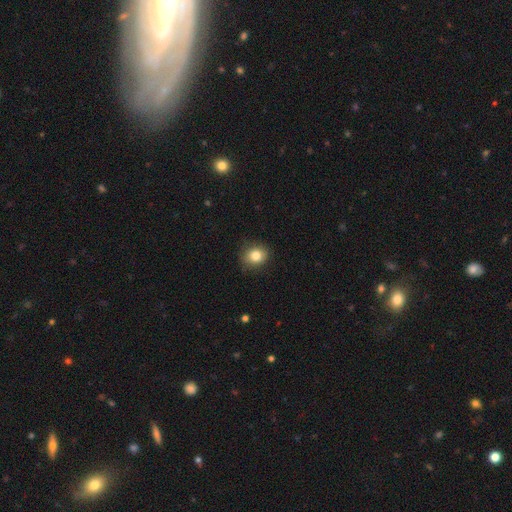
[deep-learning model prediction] smooth 83%, star or artifact 10%, featured or disk 7%. Down the decision tree: how rounded — round (70%); merging — none (86%).